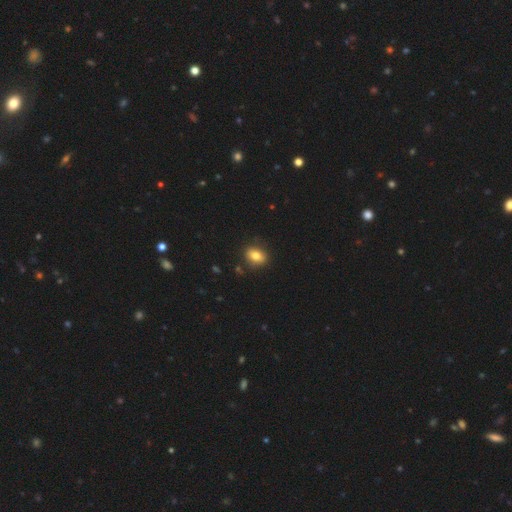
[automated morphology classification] Smooth or featured: smooth — 81% (featured or disk — 10%)
How rounded: in between — 66% (round — 32%)
Merging: none — 84% (minor disturbance — 11%)